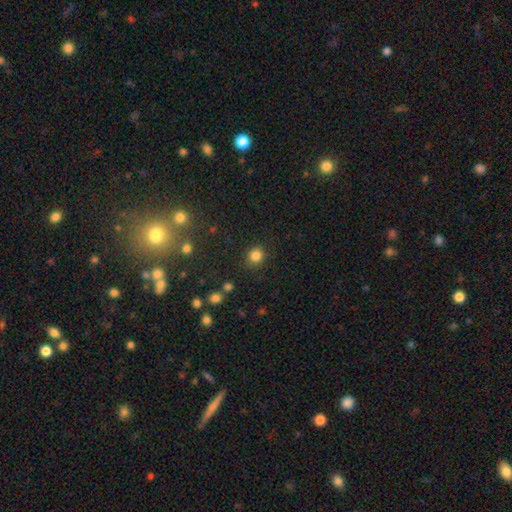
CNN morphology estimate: This is clearly a smooth galaxy (83%). How rounded: clearly round (88%). Merging: clearly none (88%).